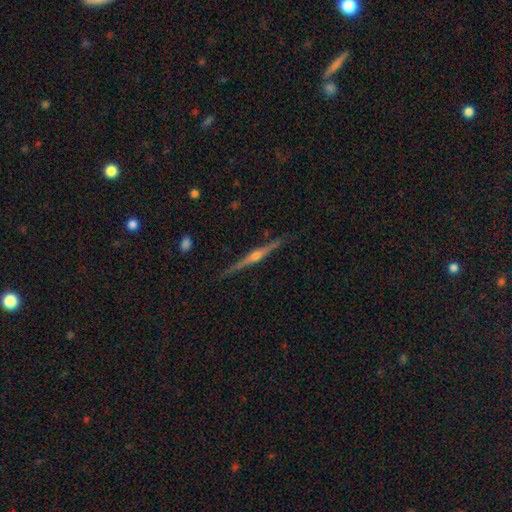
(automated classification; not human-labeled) smooth_or_featured: featured or disk (p=0.85) [alt: smooth p=0.09]
disk_edge_on: yes (p=0.99) [alt: no p=0.01]
edge_on_bulge: rounded (p=0.93) [alt: boxy p=0.04]
merging: none (p=0.90) [alt: minor disturbance p=0.07]